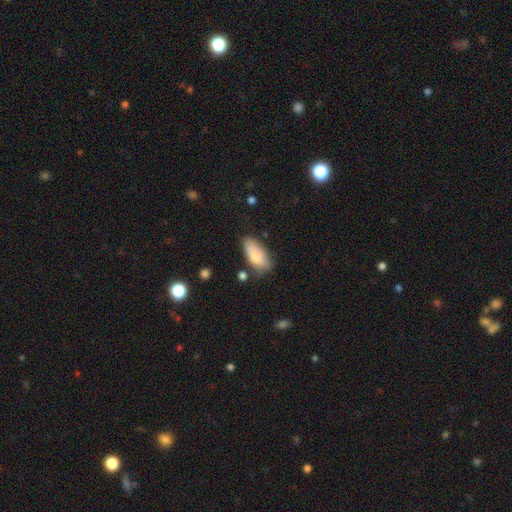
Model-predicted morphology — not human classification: Q: Smooth or featured?
A: smooth (82%); runner-up: featured or disk (12%)
Q: How rounded?
A: in between (89%); runner-up: cigar-shaped (8%)
Q: Merging?
A: none (65%); runner-up: minor disturbance (24%)